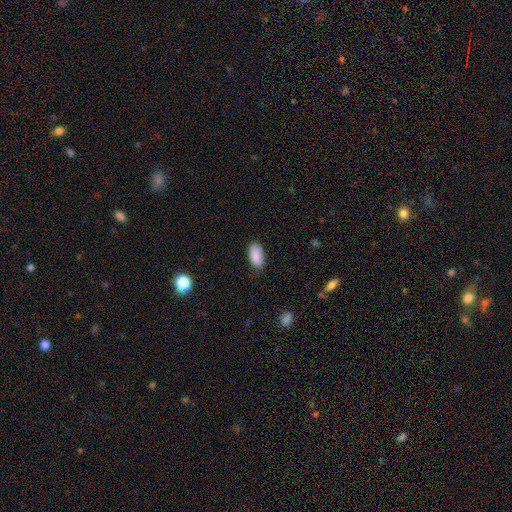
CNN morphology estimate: smooth-or-featured: smooth: 88% | star or artifact: 7% | featured or disk: 4%
  how-rounded: in between: 91% | cigar-shaped: 7% | round: 2%
  merging: none: 79% | minor disturbance: 17% | major disturbance: 3% | merger: 1%